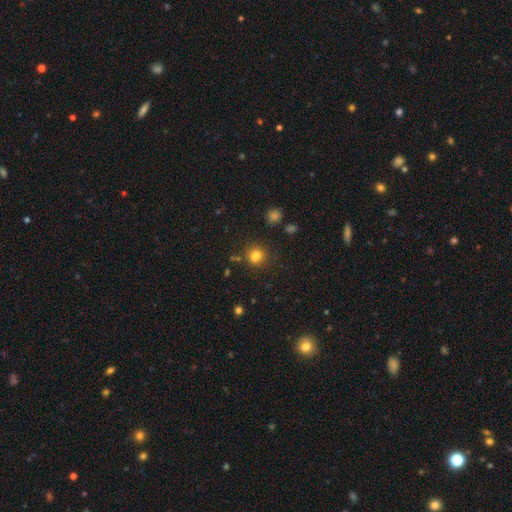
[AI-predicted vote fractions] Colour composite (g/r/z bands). It shows a smooth galaxy with no disk features (80%) that is round (78%). Merging: none (73%).